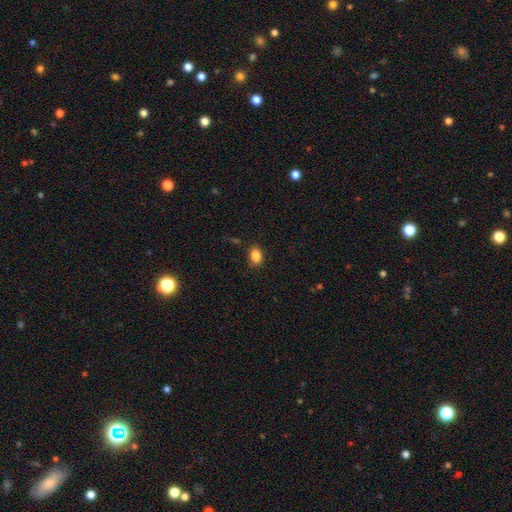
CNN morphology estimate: Smooth or featured?
  - smooth: 87% *
  - star or artifact: 9%
  - featured or disk: 4%
How rounded?
  - in between: 81% *
  - round: 17%
  - cigar-shaped: 1%
Merging?
  - none: 84% *
  - minor disturbance: 12%
  - major disturbance: 3%
  - merger: 2%